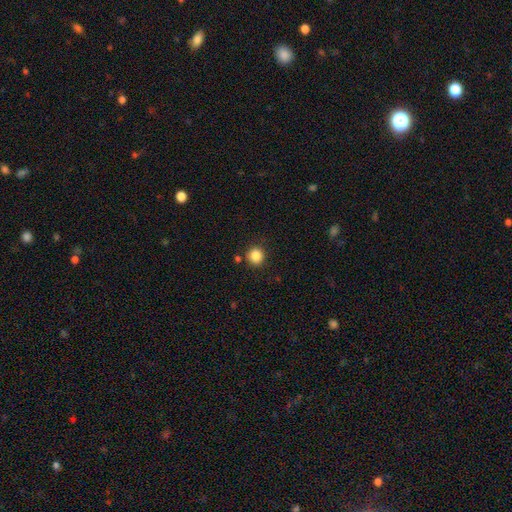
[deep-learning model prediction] Smooth or featured? Predicted: smooth (p=0.86). How rounded? Predicted: round (p=0.91). Merging? Predicted: none (p=0.86).